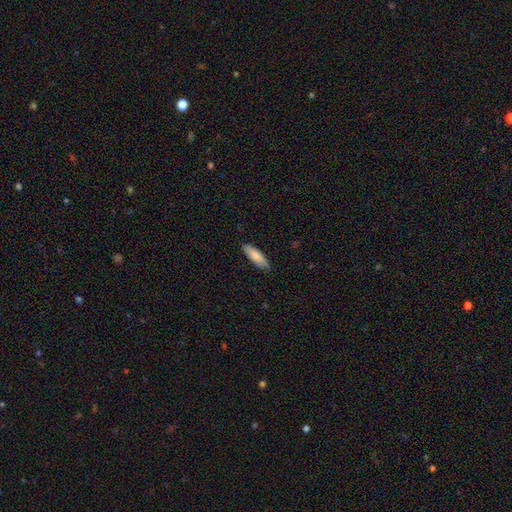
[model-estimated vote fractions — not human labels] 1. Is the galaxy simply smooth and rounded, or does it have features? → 80% smooth, 14% featured or disk, 5% star or artifact.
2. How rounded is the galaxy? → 55% cigar-shaped, 43% in between, 1% round.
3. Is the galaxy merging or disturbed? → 86% none, 11% minor disturbance, 2% major disturbance, 1% merger.